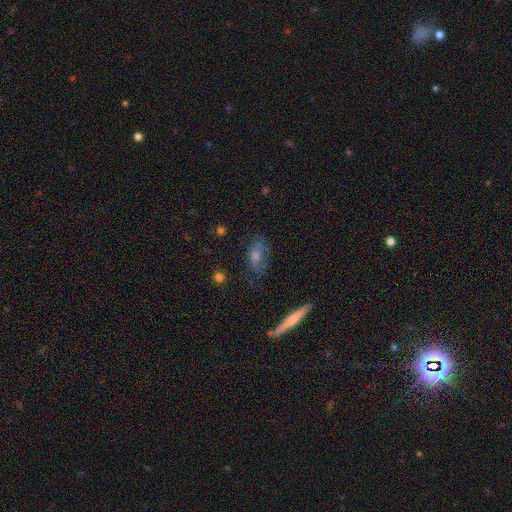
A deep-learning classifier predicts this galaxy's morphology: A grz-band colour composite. It shows a featured or disk galaxy (47%). Merging: none (66%).